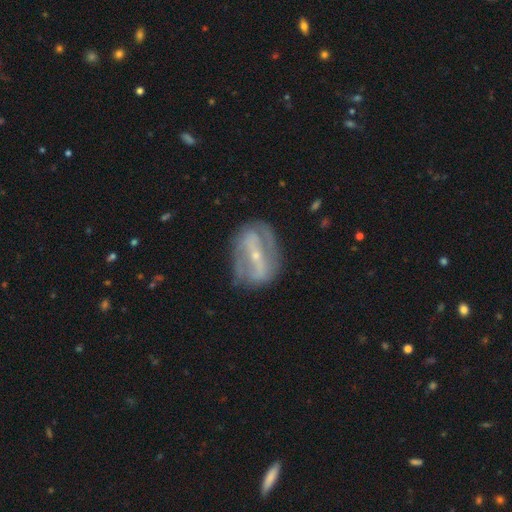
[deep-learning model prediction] featured or disk 81%, smooth 13%, star or artifact 7%. Down the decision tree: edge-on disk — no (90%); bar — strong (72%); spiral arms — yes (59%); bulge size — small (71%); merging — none (71%).